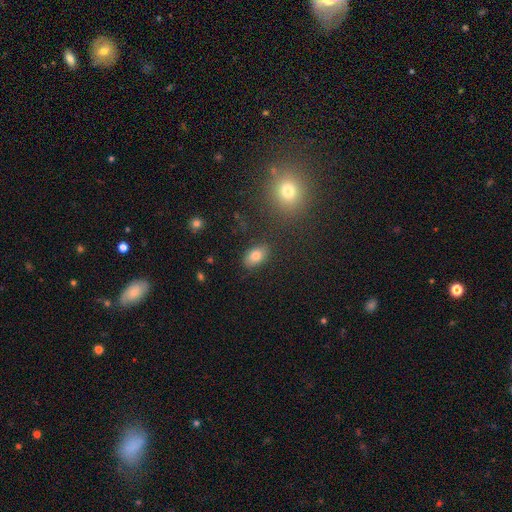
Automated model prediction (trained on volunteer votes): This is likely a smooth galaxy (79%). How rounded: clearly in between (87%). Merging: clearly none (84%).